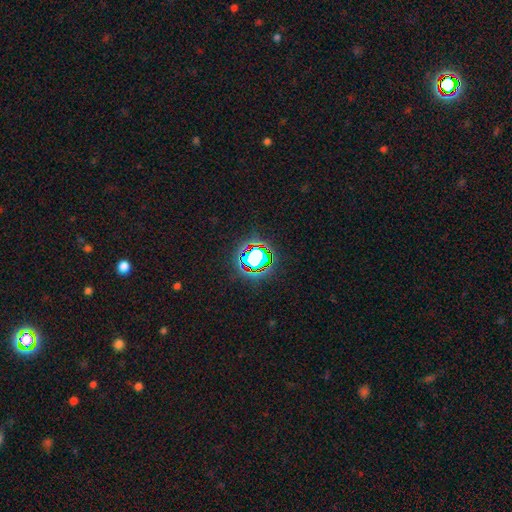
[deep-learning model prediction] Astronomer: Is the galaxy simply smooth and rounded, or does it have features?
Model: star or artifact — 64%.